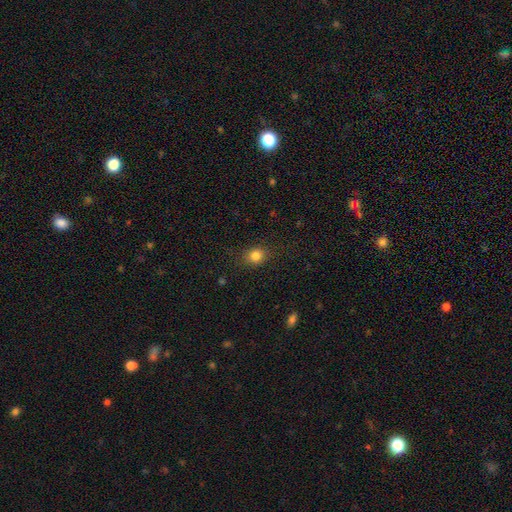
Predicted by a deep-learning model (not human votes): smooth_or_featured: smooth (p=0.82) [alt: star or artifact p=0.12]
how_rounded: round (p=0.68) [alt: in between p=0.31]
merging: none (p=0.85) [alt: minor disturbance p=0.11]